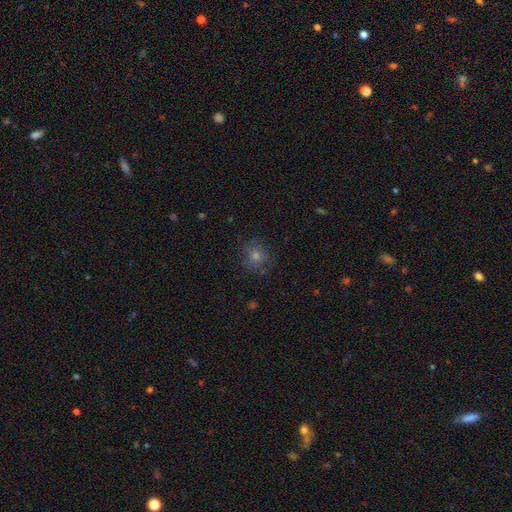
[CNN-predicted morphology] Q: Smooth or featured?
A: smooth (53%); runner-up: star or artifact (25%)
Q: How rounded?
A: round (88%); runner-up: in between (11%)
Q: Merging?
A: none (80%); runner-up: minor disturbance (13%)